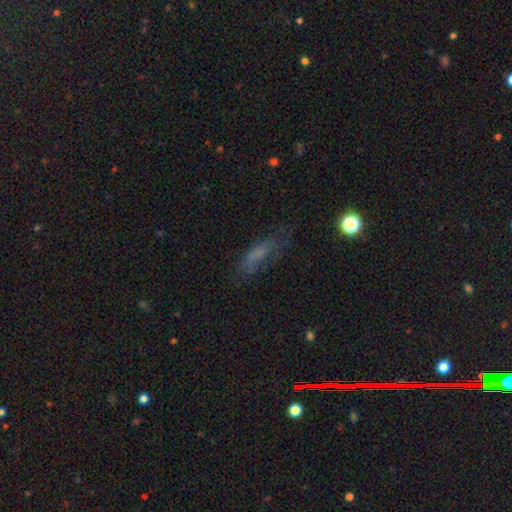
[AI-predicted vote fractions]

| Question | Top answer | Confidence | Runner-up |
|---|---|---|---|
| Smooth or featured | smooth | 60% | featured or disk (26%) |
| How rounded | cigar-shaped | 51% | in between (46%) |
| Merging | none | 51% | minor disturbance (26%) |